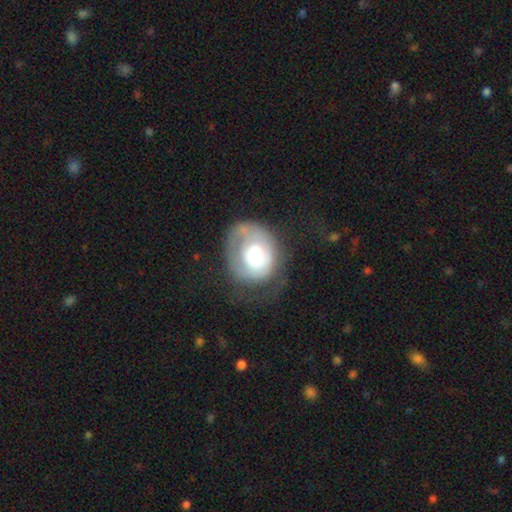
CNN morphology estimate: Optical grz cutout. It shows a featured or disk galaxy (48%). Merging: none (40%).